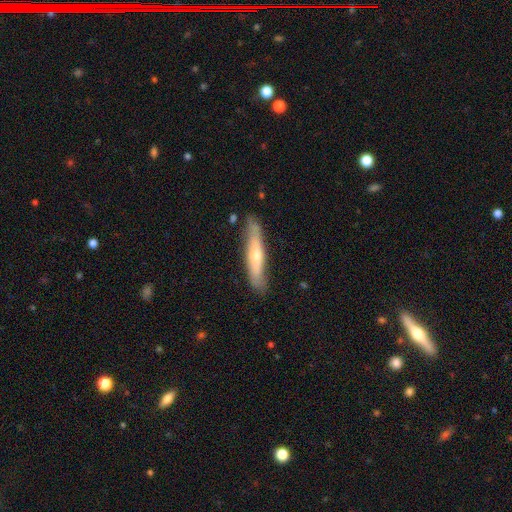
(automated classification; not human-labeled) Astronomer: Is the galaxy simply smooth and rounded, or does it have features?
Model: featured or disk — 49% (runner-up: smooth, 46%).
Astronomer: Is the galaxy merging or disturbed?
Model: none — 80%.